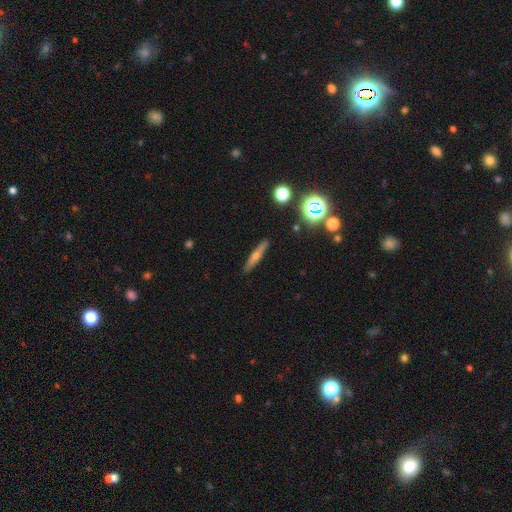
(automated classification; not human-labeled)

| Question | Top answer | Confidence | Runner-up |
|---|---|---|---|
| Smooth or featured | featured or disk | 48% | smooth (40%) |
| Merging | none | 89% | minor disturbance (7%) |